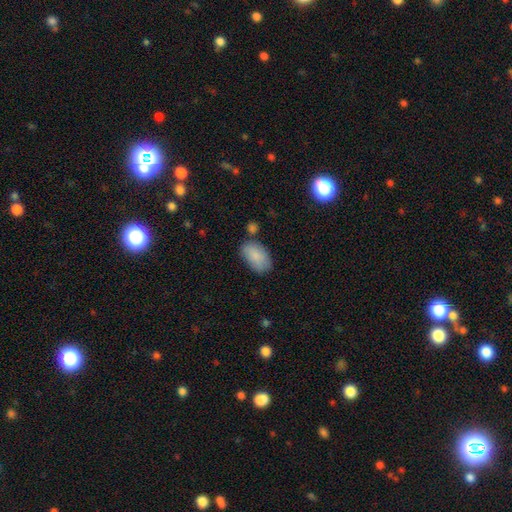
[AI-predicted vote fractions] Smooth or featured: smooth — 86% (featured or disk — 7%)
How rounded: in between — 94% (round — 5%)
Merging: none — 66% (minor disturbance — 22%)